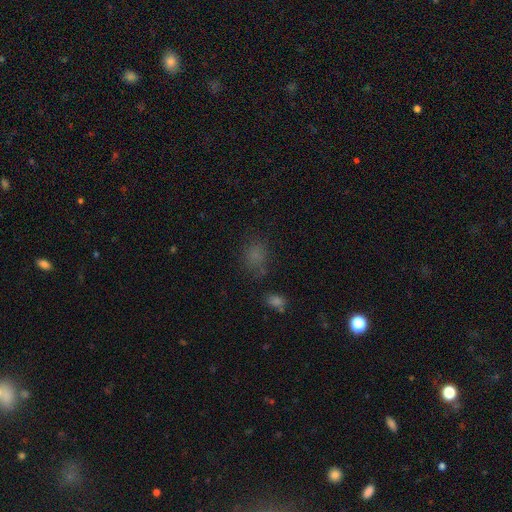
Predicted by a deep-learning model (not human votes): smooth-or-featured: smooth: 71% | star or artifact: 21% | featured or disk: 7%
  how-rounded: round: 54% | in between: 44% | cigar-shaped: 1%
  merging: none: 68% | minor disturbance: 18% | major disturbance: 8% | merger: 6%